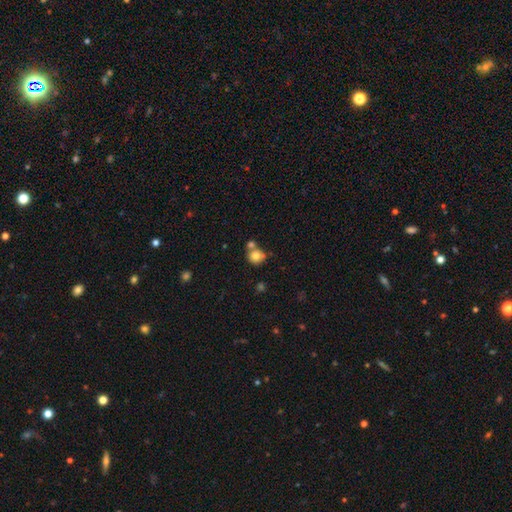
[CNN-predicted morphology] Smooth or featured?
  - smooth: 78% *
  - featured or disk: 12%
  - star or artifact: 10%
How rounded?
  - round: 84% *
  - in between: 15%
  - cigar-shaped: 1%
Merging?
  - none: 52% *
  - merger: 32%
  - minor disturbance: 12%
  - major disturbance: 4%